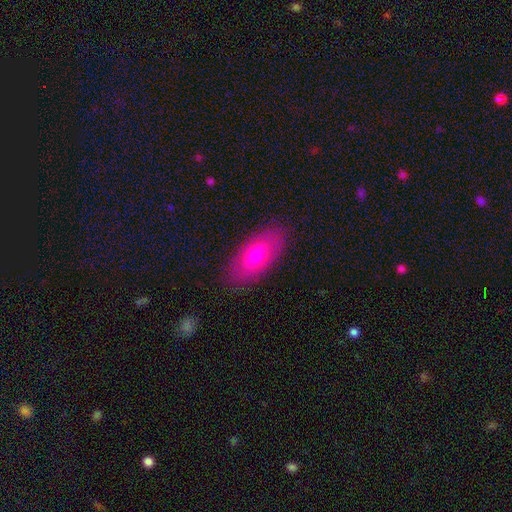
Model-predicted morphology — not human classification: Q: Smooth or featured?
A: smooth (68%); runner-up: featured or disk (25%)
Q: How rounded?
A: in between (91%); runner-up: cigar-shaped (5%)
Q: Merging?
A: none (84%); runner-up: minor disturbance (11%)